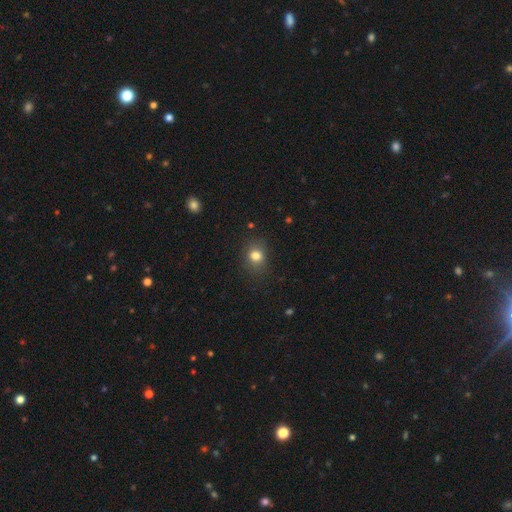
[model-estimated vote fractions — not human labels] smooth-or-featured: smooth: 80% | star or artifact: 13% | featured or disk: 8%
  how-rounded: round: 59% | in between: 40% | cigar-shaped: 1%
  merging: none: 81% | minor disturbance: 14% | major disturbance: 4% | merger: 1%